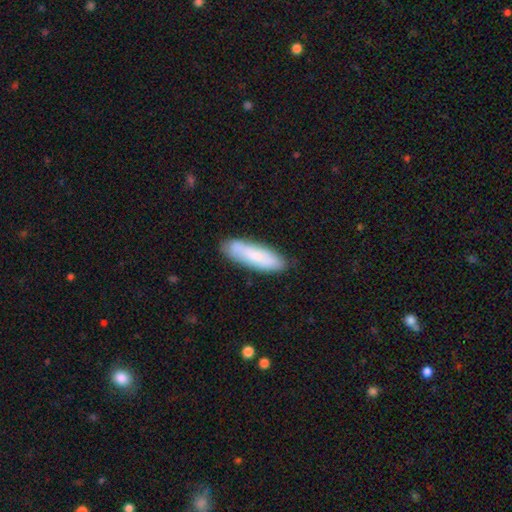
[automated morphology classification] Overall: smooth (70%). How rounded: cigar-shaped (53%; in between 45%). Merging: none (81%).